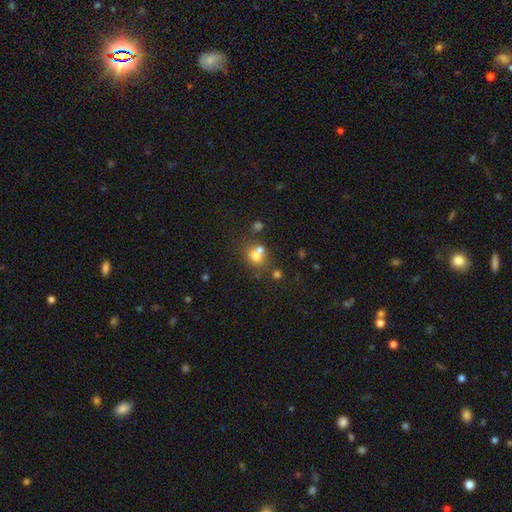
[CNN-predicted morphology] smooth_or_featured: smooth (p=0.68) [alt: star or artifact p=0.16]
how_rounded: round (p=0.76) [alt: in between p=0.23]
merging: none (p=0.46) [alt: merger p=0.40]